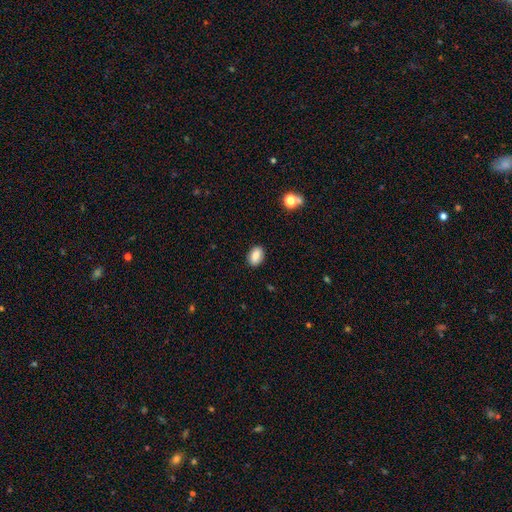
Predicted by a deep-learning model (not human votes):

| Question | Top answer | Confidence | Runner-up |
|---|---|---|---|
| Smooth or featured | smooth | 86% | star or artifact (8%) |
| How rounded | in between | 86% | round (13%) |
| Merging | none | 89% | minor disturbance (8%) |